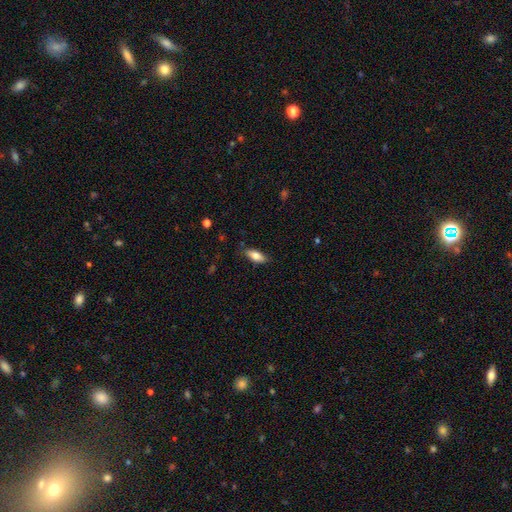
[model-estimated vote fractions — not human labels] smooth 79%, featured or disk 15%, star or artifact 7%. Down the decision tree: how rounded — in between (78%); merging — none (82%).